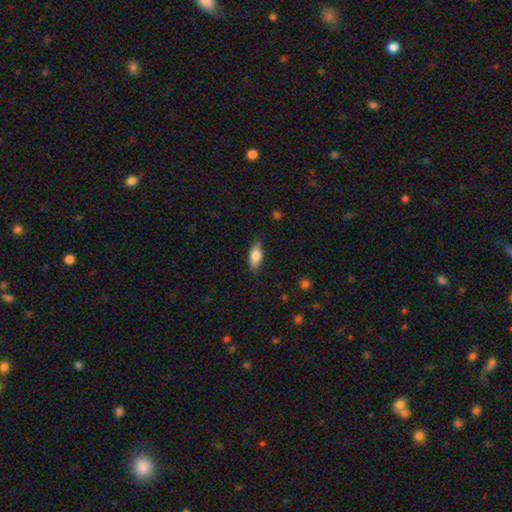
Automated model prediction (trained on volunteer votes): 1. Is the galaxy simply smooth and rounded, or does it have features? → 70% smooth, 23% featured or disk, 6% star or artifact.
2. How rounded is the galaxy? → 72% in between, 26% cigar-shaped, 3% round.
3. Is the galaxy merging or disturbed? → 86% none, 11% minor disturbance, 2% major disturbance, 1% merger.